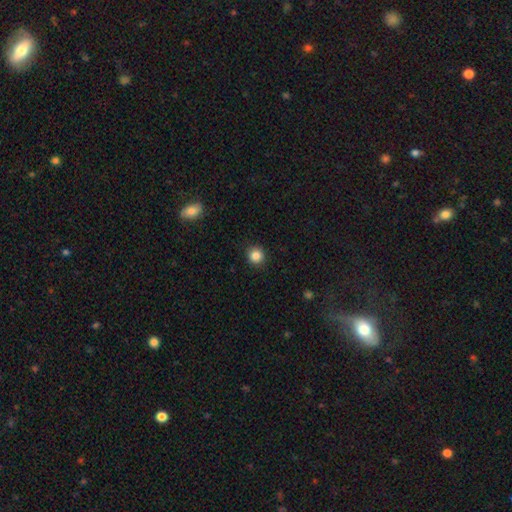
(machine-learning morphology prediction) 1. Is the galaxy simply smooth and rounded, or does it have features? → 86% smooth, 11% star or artifact, 4% featured or disk.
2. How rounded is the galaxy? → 93% round, 6% in between, 1% cigar-shaped.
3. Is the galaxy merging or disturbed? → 92% none, 5% minor disturbance, 2% major disturbance, 1% merger.